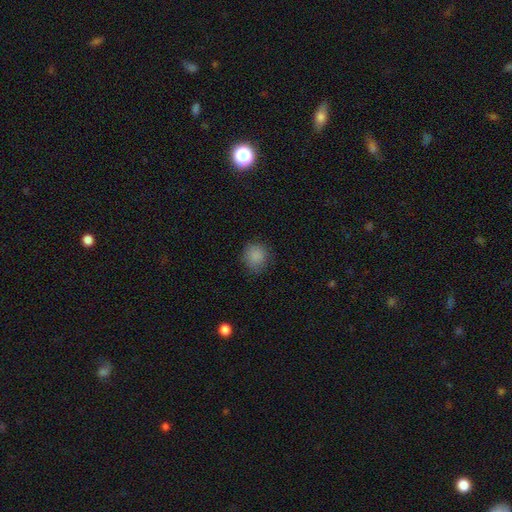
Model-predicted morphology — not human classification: Smooth or featured? Predicted: smooth (p=0.86). How rounded? Predicted: round (p=0.87). Merging? Predicted: none (p=0.82).